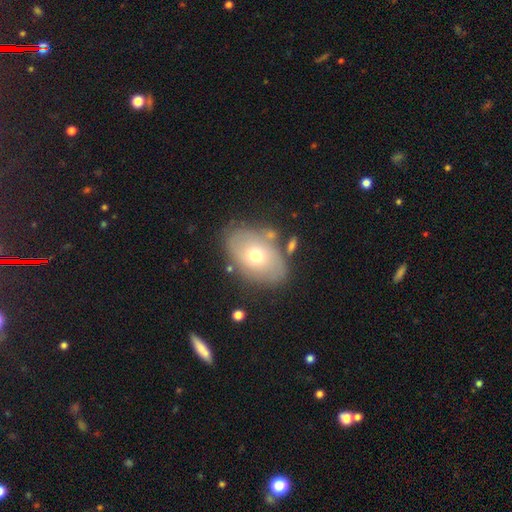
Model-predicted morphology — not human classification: Q: Smooth or featured?
A: smooth (52%); runner-up: featured or disk (40%)
Q: How rounded?
A: in between (83%); runner-up: round (16%)
Q: Merging?
A: none (73%); runner-up: minor disturbance (16%)